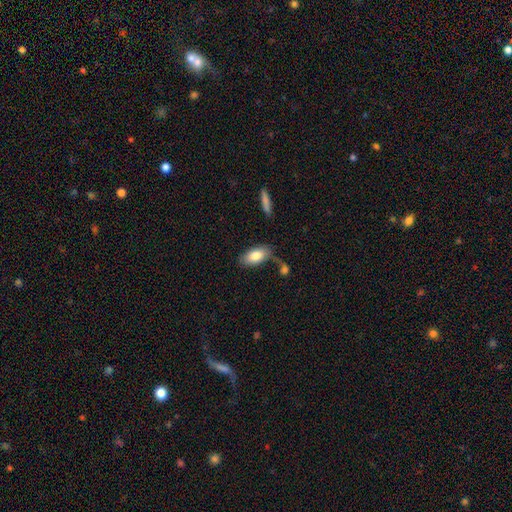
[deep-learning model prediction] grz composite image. It shows a smooth galaxy with no disk features (81%) that is in between round and cigar-shaped (93%). Merging: none (59%).